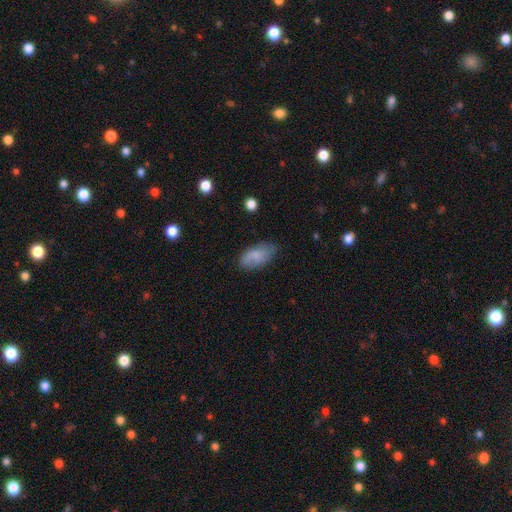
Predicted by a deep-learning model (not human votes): smooth-or-featured: smooth: 74% | featured or disk: 18% | star or artifact: 7%
  how-rounded: in between: 93% | cigar-shaped: 4% | round: 3%
  merging: none: 70% | minor disturbance: 23% | major disturbance: 5% | merger: 2%